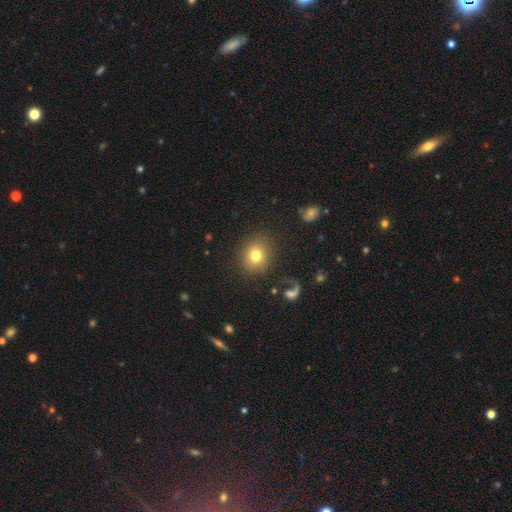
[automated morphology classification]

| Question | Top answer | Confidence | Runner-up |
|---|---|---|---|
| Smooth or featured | smooth | 76% | star or artifact (12%) |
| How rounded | round | 79% | in between (20%) |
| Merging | none | 84% | minor disturbance (8%) |